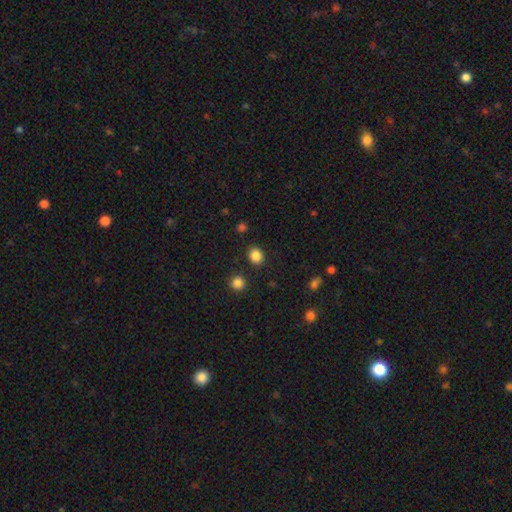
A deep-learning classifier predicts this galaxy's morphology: A smooth galaxy with no disk features (86%) that is round (61%). Merging: none (87%).